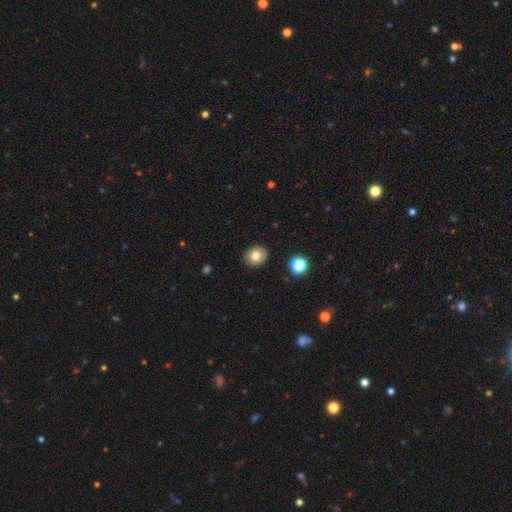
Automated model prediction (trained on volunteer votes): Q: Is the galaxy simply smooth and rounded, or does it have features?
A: smooth — 80%.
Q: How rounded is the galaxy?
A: round — 71%.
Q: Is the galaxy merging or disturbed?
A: none — 90%.